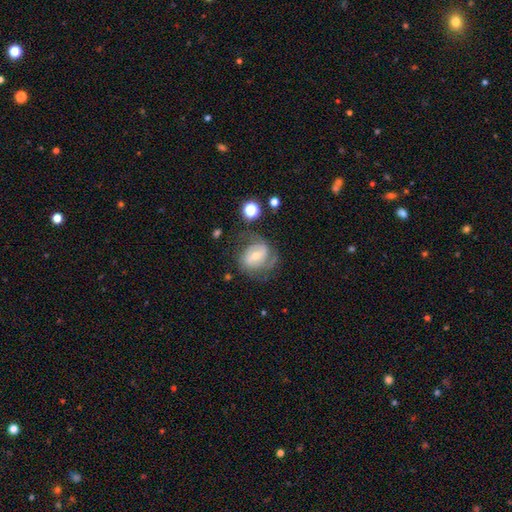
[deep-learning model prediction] smooth-or-featured: featured or disk: 73% | smooth: 20% | star or artifact: 7%
  disk-edge-on: no: 97% | yes: 3%
    bar: weak: 45% | no: 34% | strong: 21%
    has-spiral-arms: yes: 86% | no: 14%
      spiral-winding: medium: 42% | tight: 40% | loose: 18%
      spiral-arm-count: 2: 56% | can't tell: 22% | 3: 10% | 1: 9% | 4: 2% | more than 4: 2%
    bulge-size: moderate: 54% | small: 41% | large: 3% | none: 1% | dominant: 1%
  merging: none: 54% | minor disturbance: 23% | major disturbance: 19% | merger: 3%